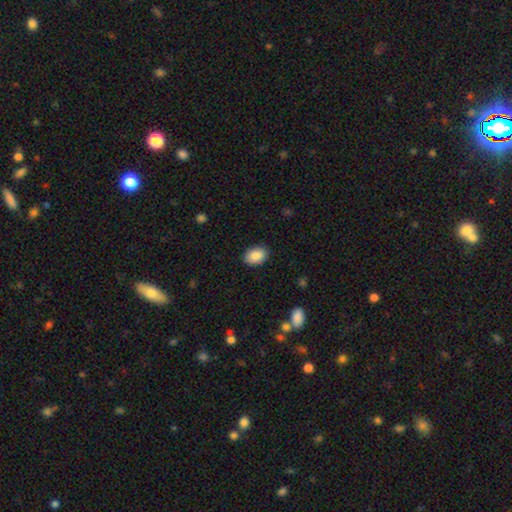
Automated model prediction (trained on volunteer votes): This is clearly a smooth galaxy (87%). How rounded: clearly in between (85%). Merging: clearly none (87%).